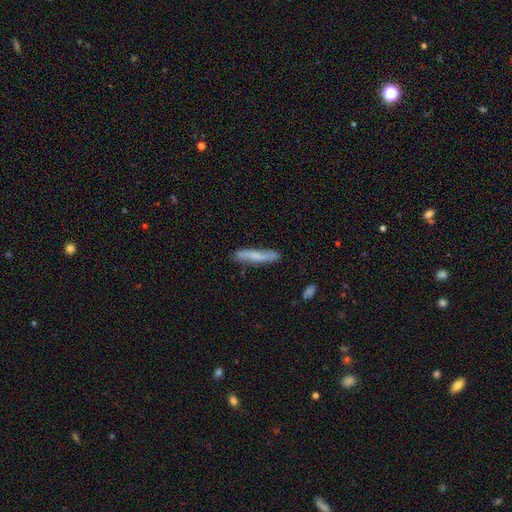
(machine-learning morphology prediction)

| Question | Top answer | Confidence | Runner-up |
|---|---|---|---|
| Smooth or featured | smooth | 59% | featured or disk (35%) |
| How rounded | cigar-shaped | 89% | in between (9%) |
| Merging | none | 82% | minor disturbance (14%) |